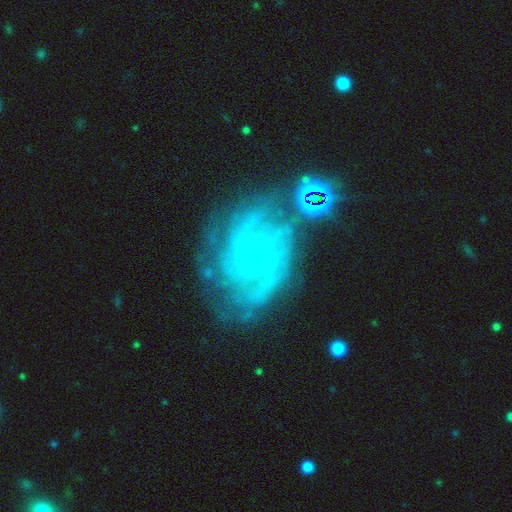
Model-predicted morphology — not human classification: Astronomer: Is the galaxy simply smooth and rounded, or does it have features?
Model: featured or disk — 86%.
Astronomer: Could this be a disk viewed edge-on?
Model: no — 98%.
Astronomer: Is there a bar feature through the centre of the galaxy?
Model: no — 53% (runner-up: weak, 38%).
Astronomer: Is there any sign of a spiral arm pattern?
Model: yes — 97%.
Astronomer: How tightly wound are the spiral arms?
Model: tight — 56% (runner-up: medium, 36%).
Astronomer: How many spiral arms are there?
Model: can't tell — 25% (runner-up: 2, 24%).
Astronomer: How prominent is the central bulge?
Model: small — 73%.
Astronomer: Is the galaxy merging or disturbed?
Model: none — 61%.